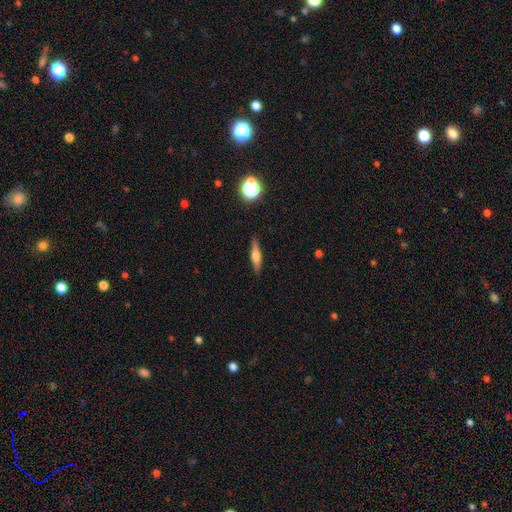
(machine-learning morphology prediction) Smooth or featured?
  - featured or disk: 49% *
  - smooth: 43%
  - star or artifact: 8%
Merging?
  - none: 89% *
  - minor disturbance: 8%
  - major disturbance: 2%
  - merger: 1%